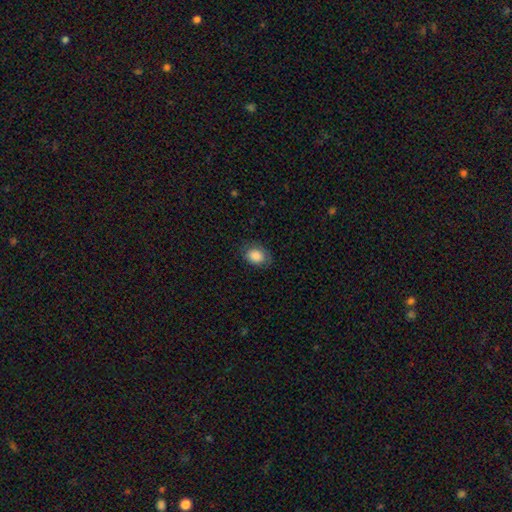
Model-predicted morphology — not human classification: A smooth galaxy with no disk features (85%) that is in between round and cigar-shaped (64%). Merging: none (74%).